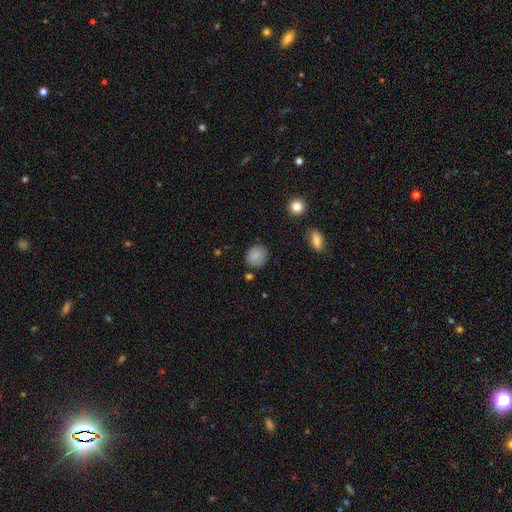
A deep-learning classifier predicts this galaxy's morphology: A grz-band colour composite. It shows a smooth galaxy with no disk features (83%) that is round (80%). Merging: none (82%).